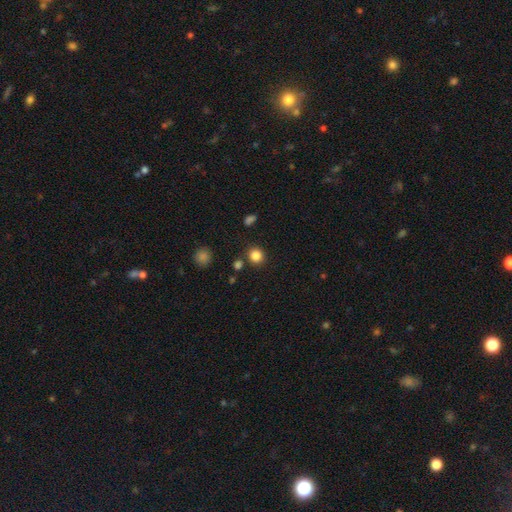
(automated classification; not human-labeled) Smooth or featured? Predicted: smooth (p=0.84). How rounded? Predicted: round (p=0.87). Merging? Predicted: none (p=0.84).